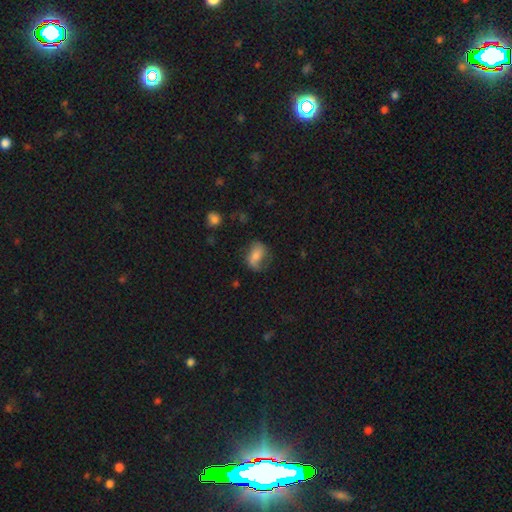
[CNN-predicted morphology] type=smooth (59%); roundness=in between (79%); merging=none (51%).